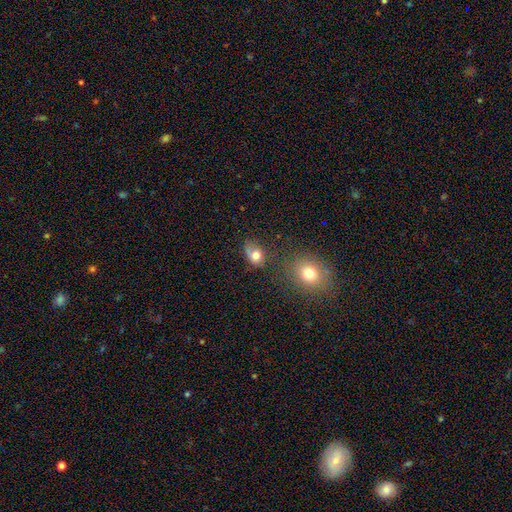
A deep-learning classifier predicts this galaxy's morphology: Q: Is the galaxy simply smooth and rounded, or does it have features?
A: smooth — 73%.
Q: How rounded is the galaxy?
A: in between — 56%.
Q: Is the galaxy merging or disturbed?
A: none — 42%.